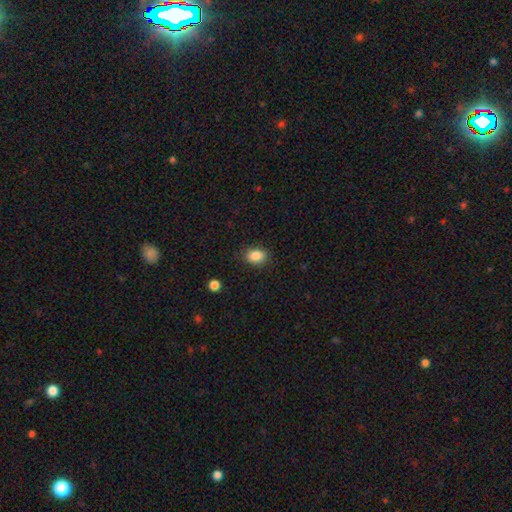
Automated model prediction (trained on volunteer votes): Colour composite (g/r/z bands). It shows a smooth galaxy with no disk features (87%) that is in between round and cigar-shaped (76%). Merging: none (85%).